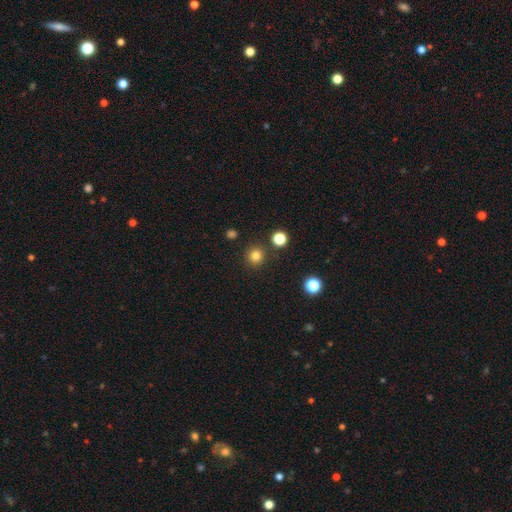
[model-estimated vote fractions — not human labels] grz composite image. It shows a smooth galaxy with no disk features (81%) that is round (94%). Merging: none (89%).